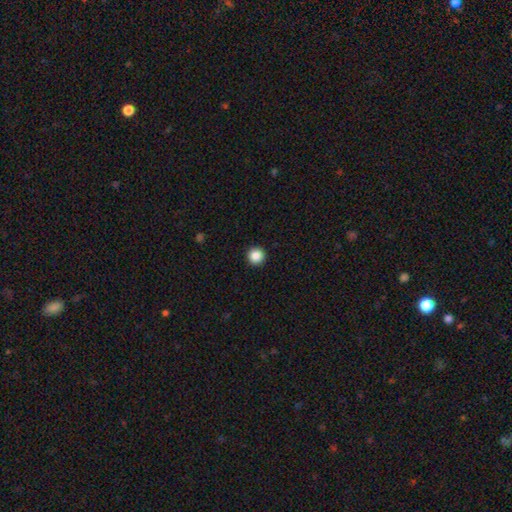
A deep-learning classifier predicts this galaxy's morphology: Smooth or featured? smooth (86%)
How rounded? round (96%)
Merging? none (94%)